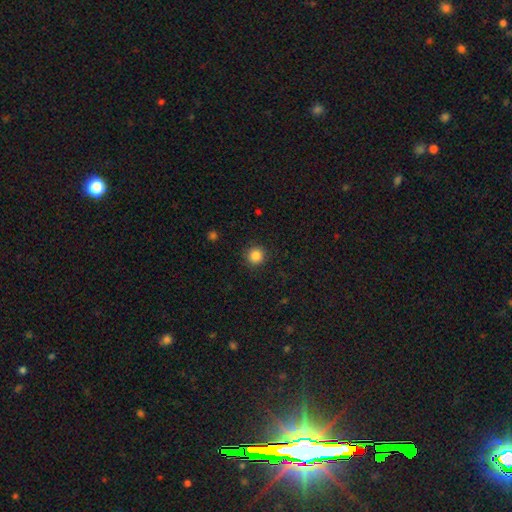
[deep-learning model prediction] A smooth galaxy with no disk features (85%) that is round (94%). Merging: none (90%).